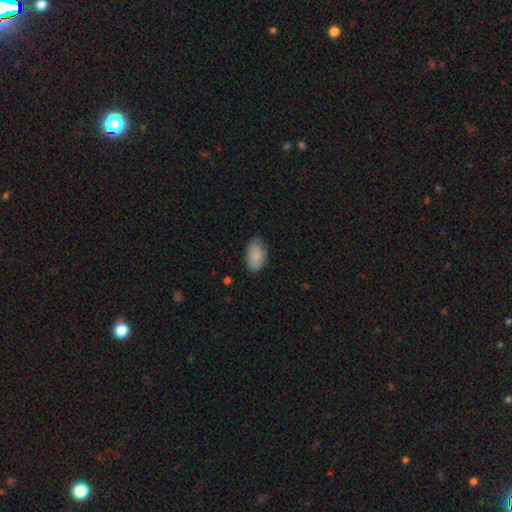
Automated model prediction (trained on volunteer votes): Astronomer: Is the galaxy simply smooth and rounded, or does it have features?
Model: smooth — 88%.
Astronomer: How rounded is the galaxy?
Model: in between — 93%.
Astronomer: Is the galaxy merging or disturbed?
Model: none — 80%.